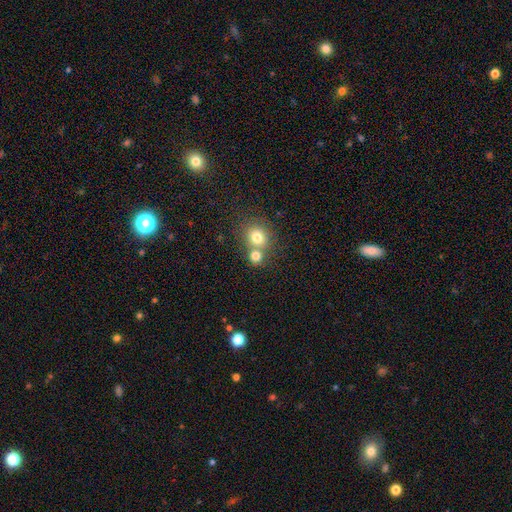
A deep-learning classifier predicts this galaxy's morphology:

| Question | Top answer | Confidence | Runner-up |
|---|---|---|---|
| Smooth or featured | smooth | 78% | star or artifact (12%) |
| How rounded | round | 83% | in between (16%) |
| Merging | none | 46% | merger (45%) |